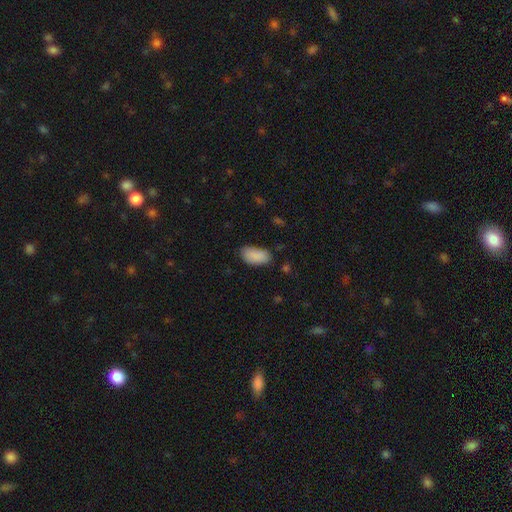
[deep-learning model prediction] smooth-or-featured: smooth: 89% | star or artifact: 7% | featured or disk: 4%
  how-rounded: in between: 94% | cigar-shaped: 3% | round: 3%
  merging: none: 75% | minor disturbance: 19% | major disturbance: 4% | merger: 2%